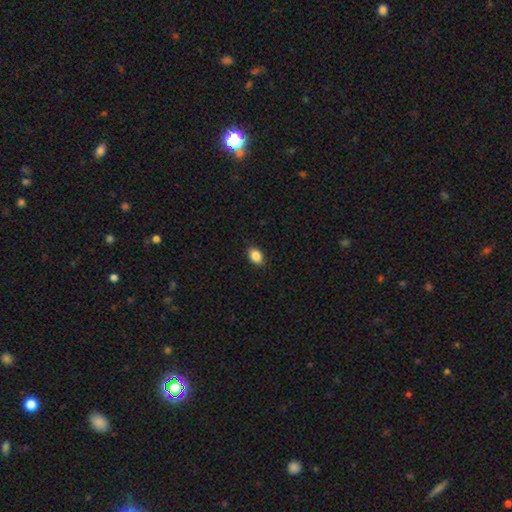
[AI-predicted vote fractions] Smooth or featured? Predicted: smooth (p=0.87). How rounded? Predicted: in between (p=0.81). Merging? Predicted: none (p=0.89).